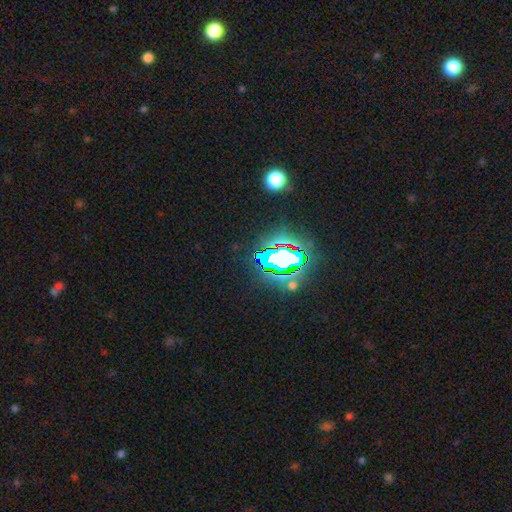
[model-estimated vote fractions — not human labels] smooth_or_featured: star or artifact (p=0.81) [alt: smooth p=0.11]